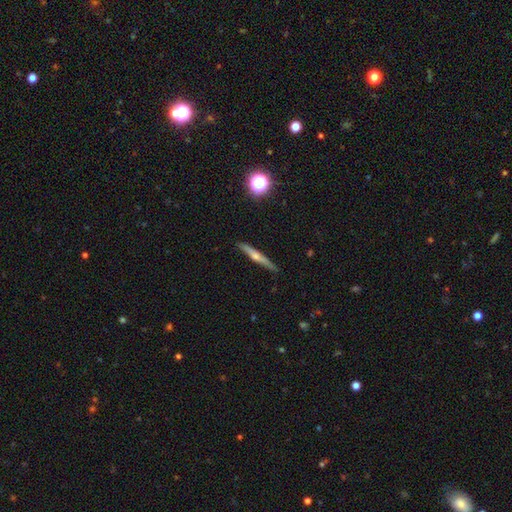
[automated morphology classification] This appears to be a featured or disk galaxy (54%) viewed edge-on (96%) with a rounded central bulge (75%). Merging: none (85%).